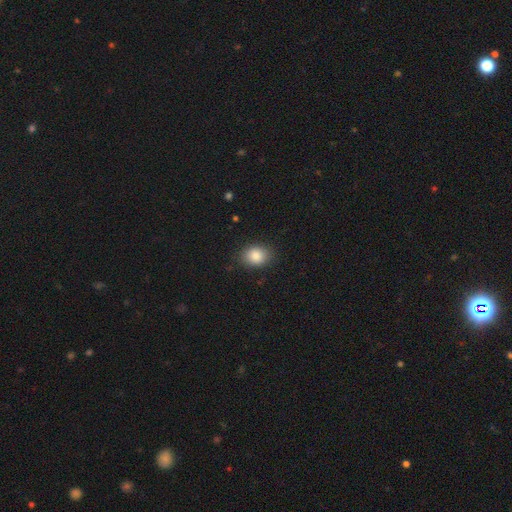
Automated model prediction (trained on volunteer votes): A smooth galaxy with no disk features (86%) that is in between round and cigar-shaped (56%).

Vote fractions:
- Smooth or featured? smooth: 86% / star or artifact: 9% / featured or disk: 6%
- How rounded? in between: 56% / round: 43% / cigar-shaped: 1%
- Merging? none: 85% / minor disturbance: 11% / major disturbance: 3% / merger: 1%